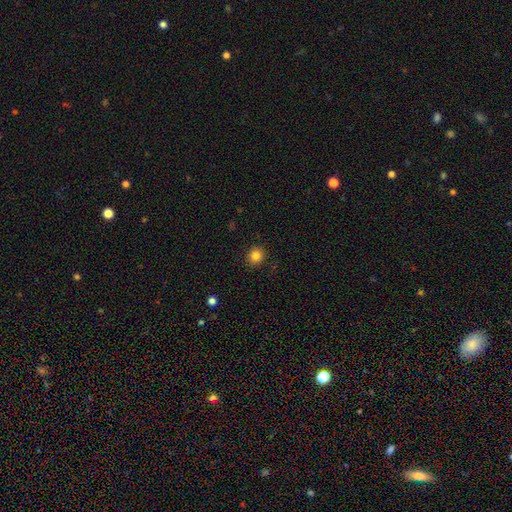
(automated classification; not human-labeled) Smooth or featured? smooth (83%)
How rounded? round (87%)
Merging? none (91%)